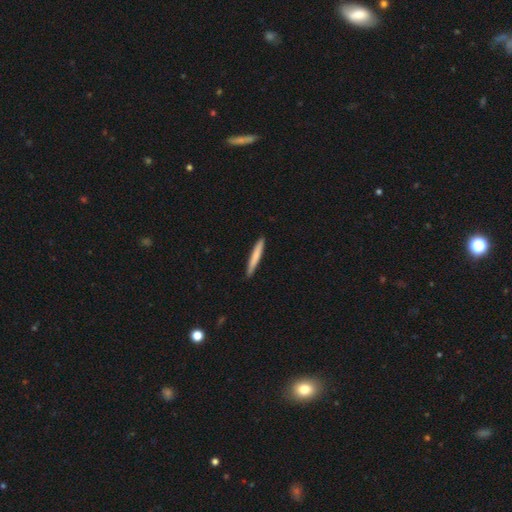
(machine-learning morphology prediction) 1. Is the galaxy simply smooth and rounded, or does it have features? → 74% smooth, 21% featured or disk, 5% star or artifact.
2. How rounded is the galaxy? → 96% cigar-shaped, 3% in between, 1% round.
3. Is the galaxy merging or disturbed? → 91% none, 7% minor disturbance, 1% major disturbance, 1% merger.